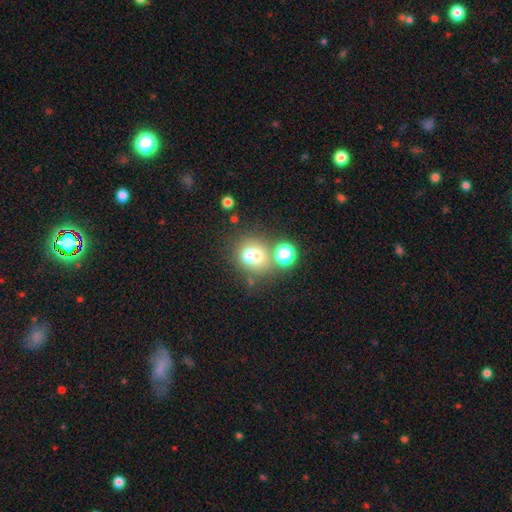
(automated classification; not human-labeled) A smooth galaxy with no disk features (64%) that is round (78%). Merging: merger (48%).